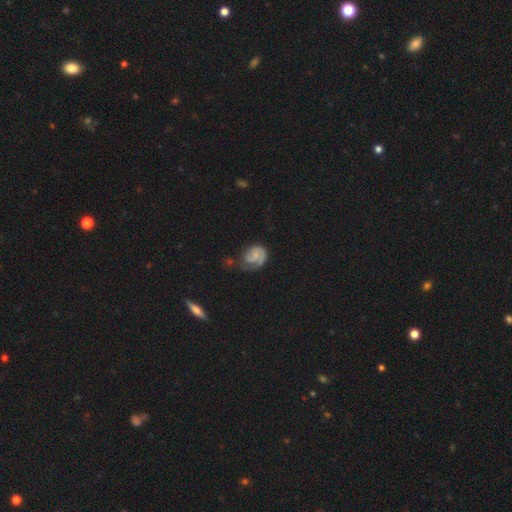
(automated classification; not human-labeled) The model was most divided on "merging": none: 37%, major disturbance: 29%, minor disturbance: 28%, merger: 6%. More confident: edge-on disk — no (98%); spiral arms — yes (85%); bar — no (69%); smooth or featured — featured or disk (60%); bulge size — small (54%).